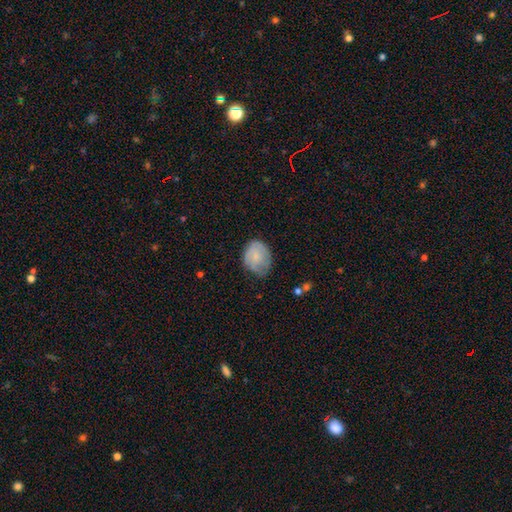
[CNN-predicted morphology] smooth-or-featured: smooth: 63% | featured or disk: 30% | star or artifact: 7%
  how-rounded: in between: 55% | round: 44% | cigar-shaped: 1%
  merging: none: 55% | minor disturbance: 34% | major disturbance: 10% | merger: 2%